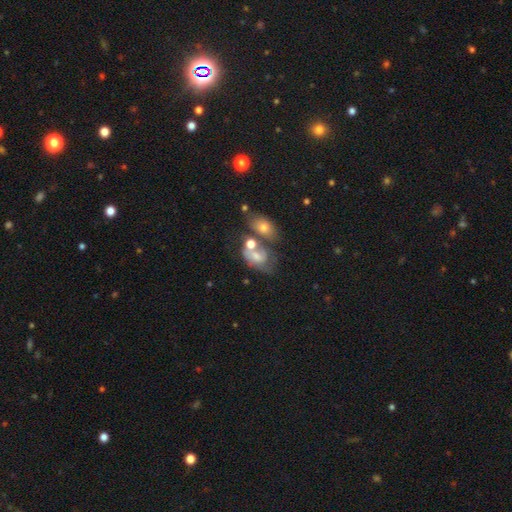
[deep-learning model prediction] Smooth or featured: smooth — 52% (featured or disk — 37%)
How rounded: in between — 77% (round — 21%)
Merging: merger — 42% (none — 23%)